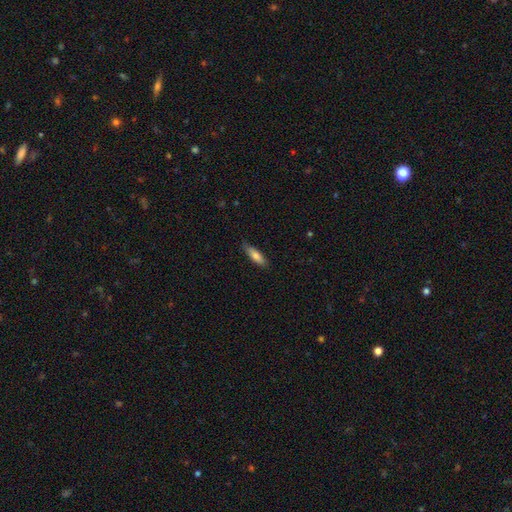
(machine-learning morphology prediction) Smooth or featured? smooth (75%)
How rounded? cigar-shaped (60%)
Merging? none (82%)